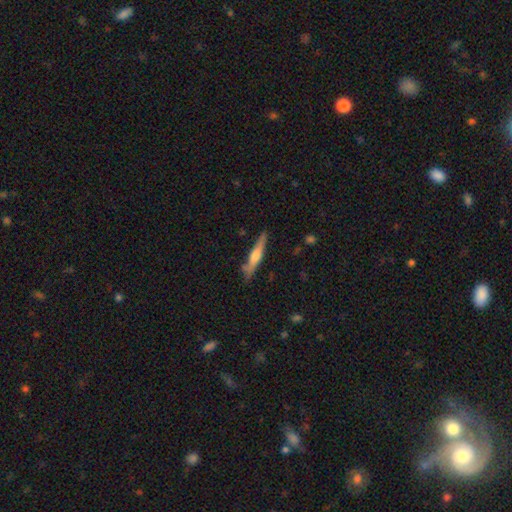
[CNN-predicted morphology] The model was most divided on "smooth or featured": featured or disk: 51%, smooth: 43%, star or artifact: 6%. More confident: edge-on disk — yes (93%); merging — none (77%).